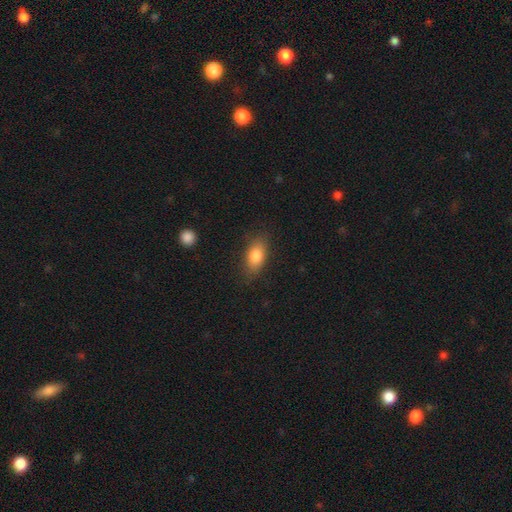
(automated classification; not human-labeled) Overall: smooth (82%). How rounded: in between (85%). Merging: none (80%).